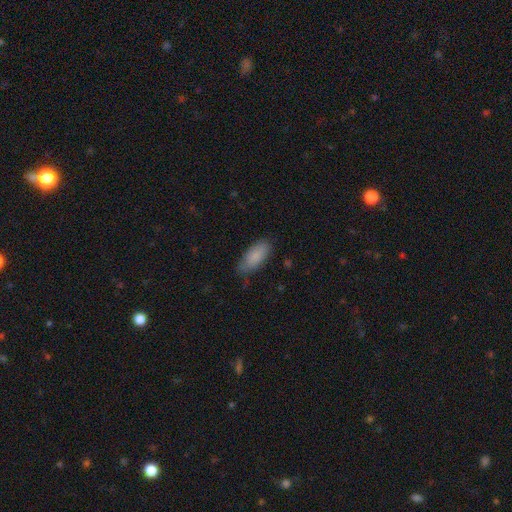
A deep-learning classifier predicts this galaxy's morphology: Overall: smooth (86%). How rounded: in between (84%). Merging: none (69%).